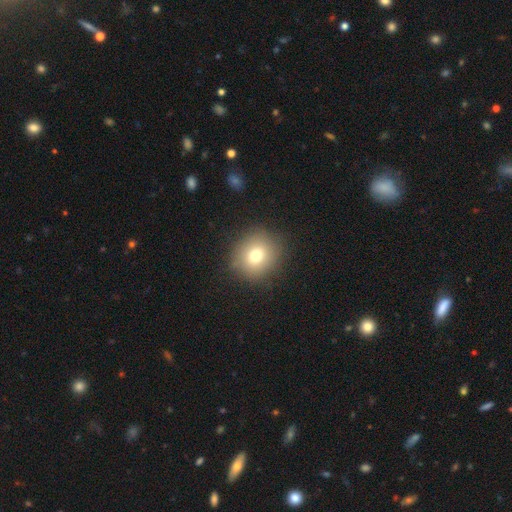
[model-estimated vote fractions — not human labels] A smooth galaxy with no disk features (75%) that is round (84%).

Vote fractions:
- Smooth or featured? smooth: 75% / star or artifact: 13% / featured or disk: 12%
- How rounded? round: 84% / in between: 15% / cigar-shaped: 1%
- Merging? none: 87% / minor disturbance: 9% / major disturbance: 3% / merger: 1%